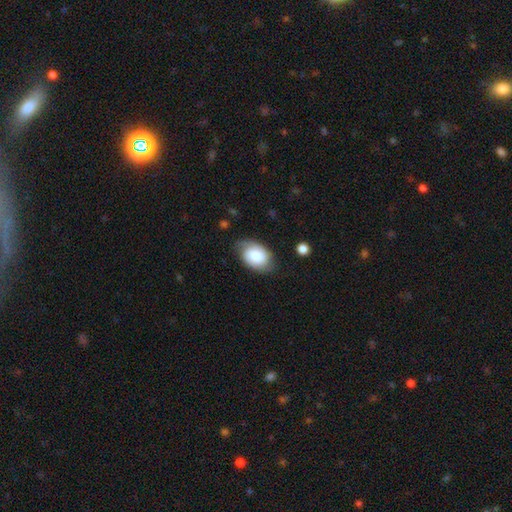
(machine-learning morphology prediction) Overall: smooth (57%; featured or disk 36%). How rounded: in between (83%). Merging: none (68%).